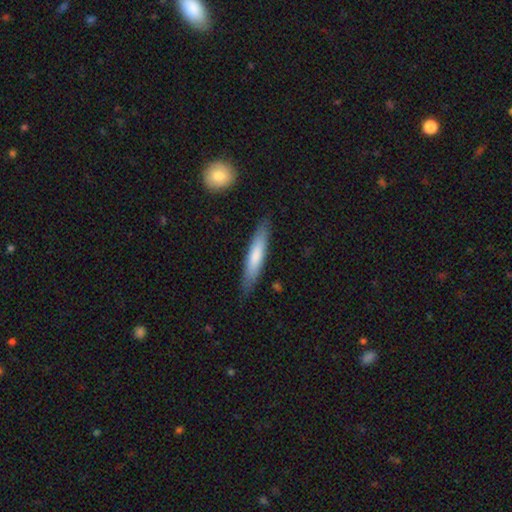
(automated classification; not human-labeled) This is likely a smooth galaxy (70%). How rounded: clearly cigar-shaped (87%). Merging: clearly none (85%).